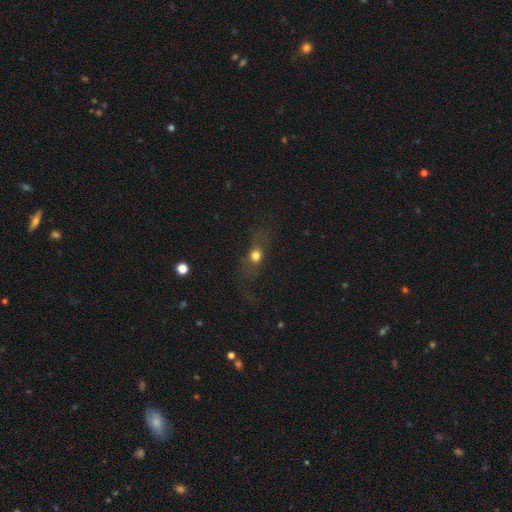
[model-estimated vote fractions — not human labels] smooth_or_featured: smooth (p=0.58) [alt: featured or disk p=0.23]
how_rounded: round (p=0.45) [alt: in between p=0.38]
merging: none (p=0.56) [alt: major disturbance p=0.23]